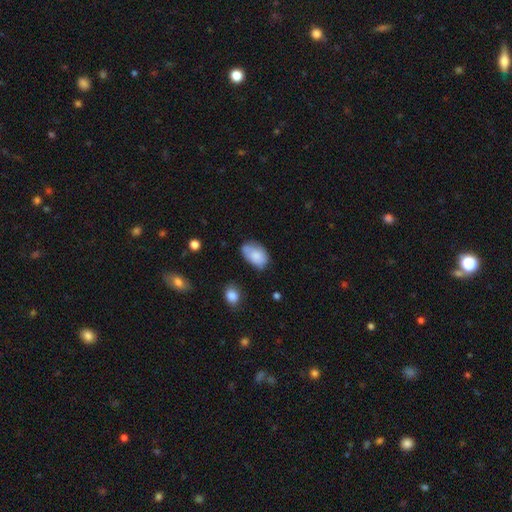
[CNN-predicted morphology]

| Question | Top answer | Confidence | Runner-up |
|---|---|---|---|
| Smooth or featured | smooth | 77% | featured or disk (16%) |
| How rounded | in between | 90% | round (9%) |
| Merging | none | 54% | minor disturbance (30%) |